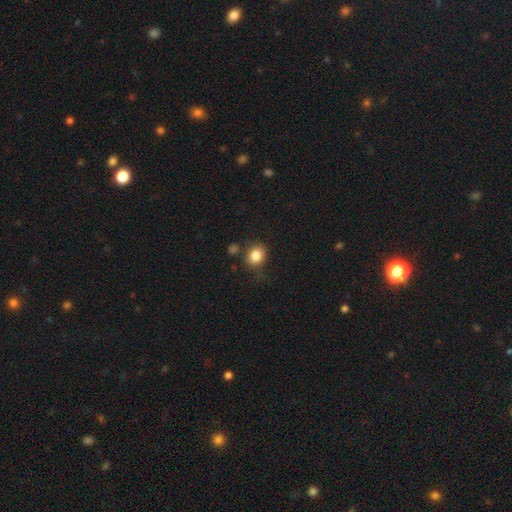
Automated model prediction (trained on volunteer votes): Morphology: type=smooth (83%); roundness=round (62%); merging=none (72%).